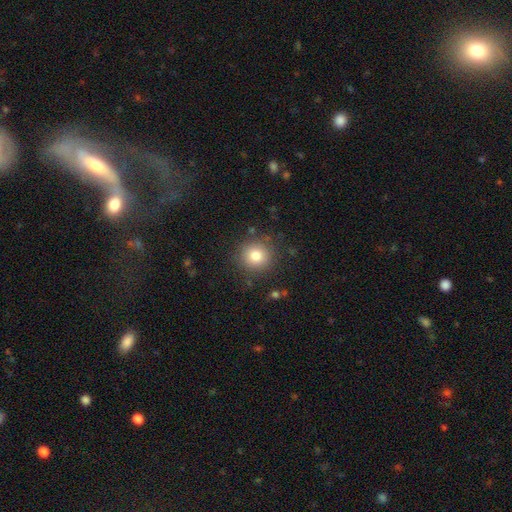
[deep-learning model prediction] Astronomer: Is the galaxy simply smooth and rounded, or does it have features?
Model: smooth — 80%.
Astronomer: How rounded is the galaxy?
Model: round — 93%.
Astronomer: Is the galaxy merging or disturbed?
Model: none — 87%.